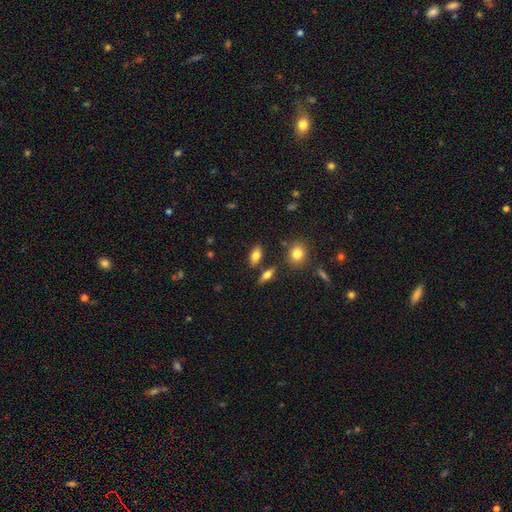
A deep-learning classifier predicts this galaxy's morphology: A smooth galaxy with no disk features (75%) that is in between round and cigar-shaped (86%). Merging: none (77%).